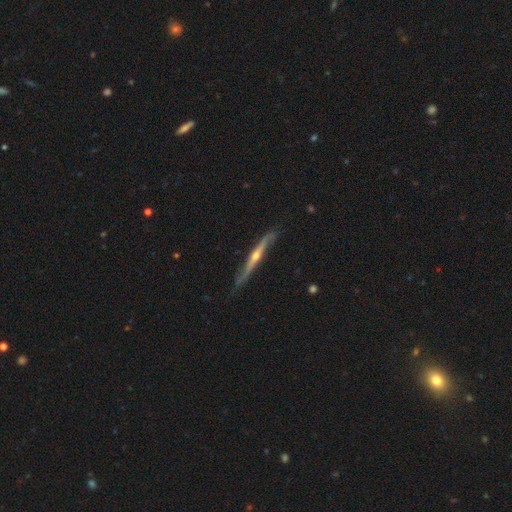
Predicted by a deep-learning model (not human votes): Morphology: type=featured or disk (78%); edge-on=yes (95%); edge-on bulge=rounded (86%); merging=none (73%).